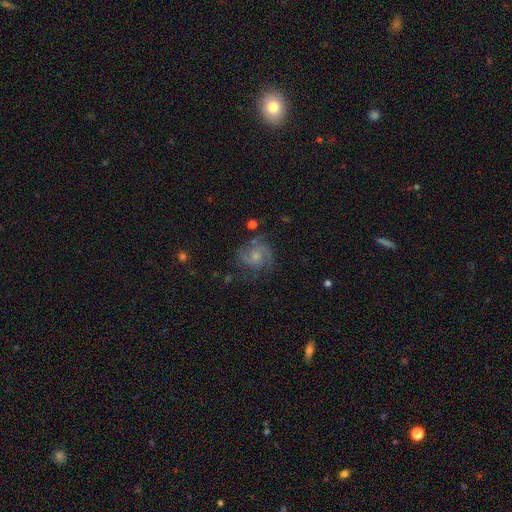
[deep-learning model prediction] A featured or disk galaxy (72%) with no bar (74%), 2 (43%) medium (47%) spiral arms (93%) and a small central bulge (55%). Merging: none (65%).